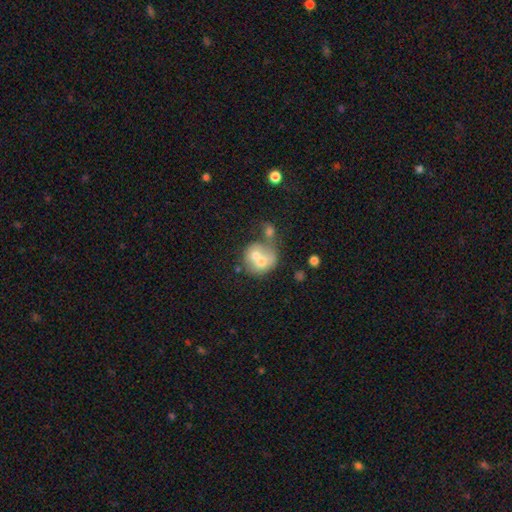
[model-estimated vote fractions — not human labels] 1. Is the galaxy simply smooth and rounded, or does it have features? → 60% smooth, 32% featured or disk, 9% star or artifact.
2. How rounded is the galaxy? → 70% round, 29% in between, 1% cigar-shaped.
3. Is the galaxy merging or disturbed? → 66% merger, 20% none, 8% minor disturbance, 6% major disturbance.